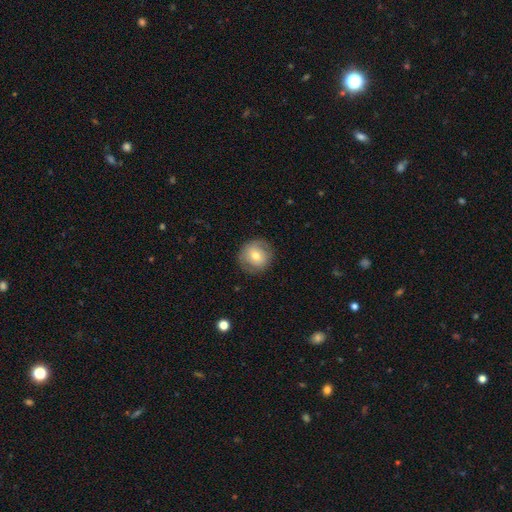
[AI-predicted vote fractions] smooth-or-featured: smooth: 62% | featured or disk: 30% | star or artifact: 8%
  how-rounded: round: 89% | in between: 10% | cigar-shaped: 1%
  merging: none: 82% | minor disturbance: 13% | major disturbance: 5% | merger: 1%